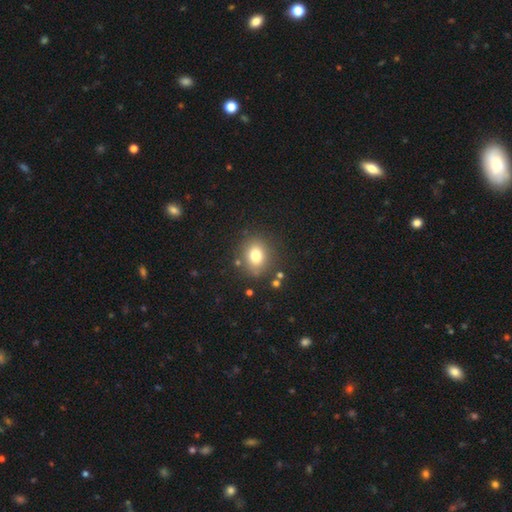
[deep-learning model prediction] Smooth or featured?
  - smooth: 78% *
  - star or artifact: 12%
  - featured or disk: 10%
How rounded?
  - round: 58% *
  - in between: 41%
  - cigar-shaped: 1%
Merging?
  - none: 82% *
  - minor disturbance: 11%
  - merger: 4%
  - major disturbance: 4%